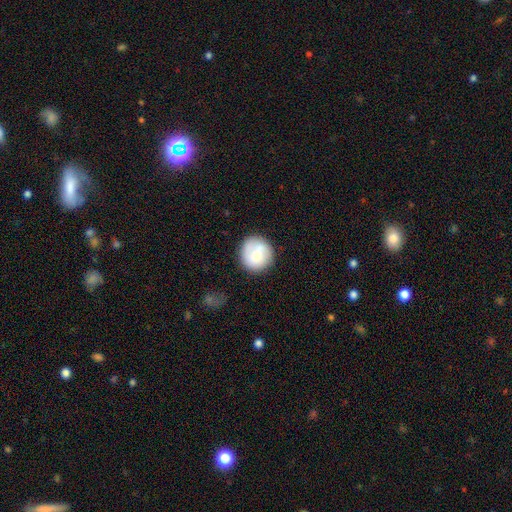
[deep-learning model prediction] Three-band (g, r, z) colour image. It shows a smooth galaxy with no disk features (74%) that is round (90%). Merging: none (76%).